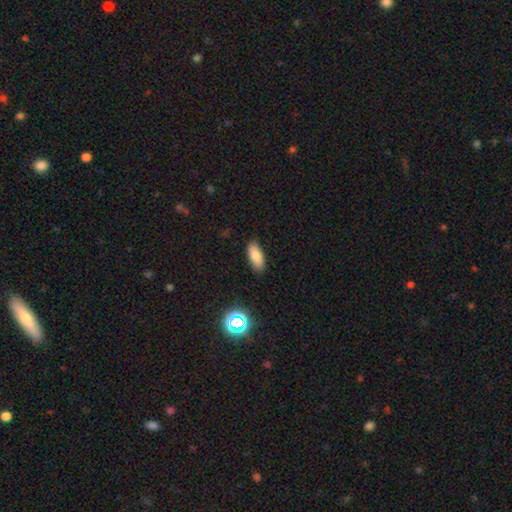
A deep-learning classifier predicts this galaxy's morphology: Smooth or featured: smooth — 83% (star or artifact — 10%)
How rounded: in between — 84% (cigar-shaped — 14%)
Merging: none — 87% (minor disturbance — 10%)